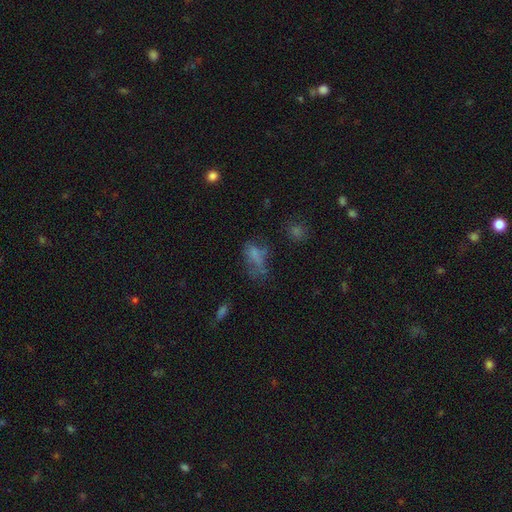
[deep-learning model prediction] smooth 58%, featured or disk 22%, star or artifact 19%. Down the decision tree: how rounded — in between (79%); merging — none (35%).